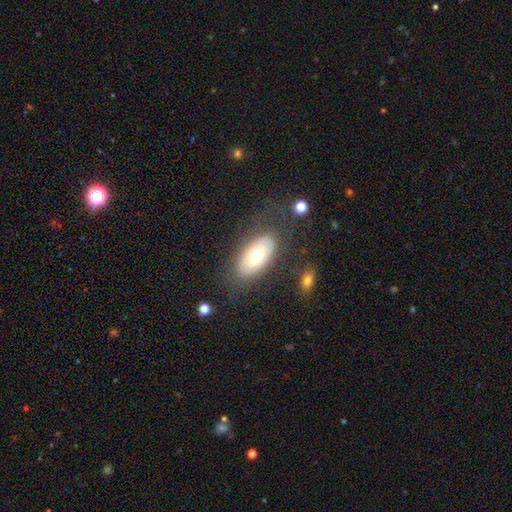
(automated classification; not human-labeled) Smooth or featured?
  - smooth: 61% *
  - featured or disk: 32%
  - star or artifact: 8%
How rounded?
  - in between: 91% *
  - round: 5%
  - cigar-shaped: 4%
Merging?
  - none: 73% *
  - minor disturbance: 16%
  - major disturbance: 9%
  - merger: 2%